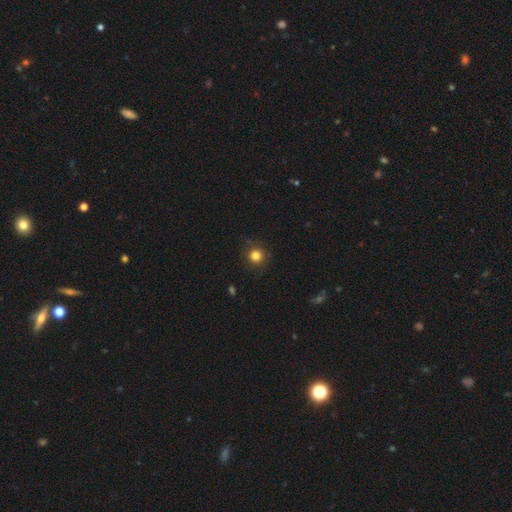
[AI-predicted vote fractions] The model was most divided on "smooth or featured": smooth: 82%, star or artifact: 13%, featured or disk: 5%. More confident: how rounded — round (94%); merging — none (88%).